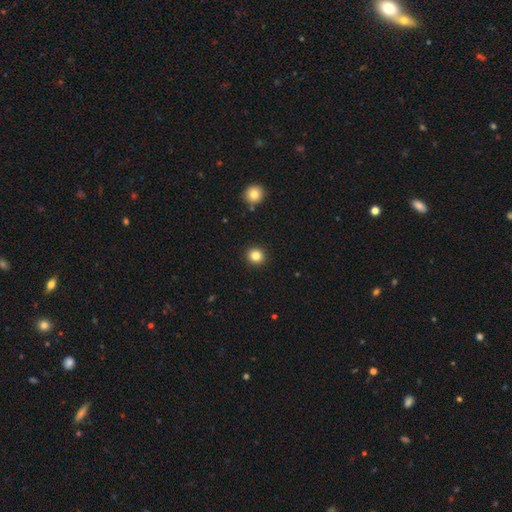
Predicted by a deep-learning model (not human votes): A smooth galaxy with no disk features (83%) that is round (91%).

Vote fractions:
- Smooth or featured? smooth: 83% / star or artifact: 12% / featured or disk: 5%
- How rounded? round: 91% / in between: 9% / cigar-shaped: 1%
- Merging? none: 93% / minor disturbance: 5% / major disturbance: 2% / merger: 1%